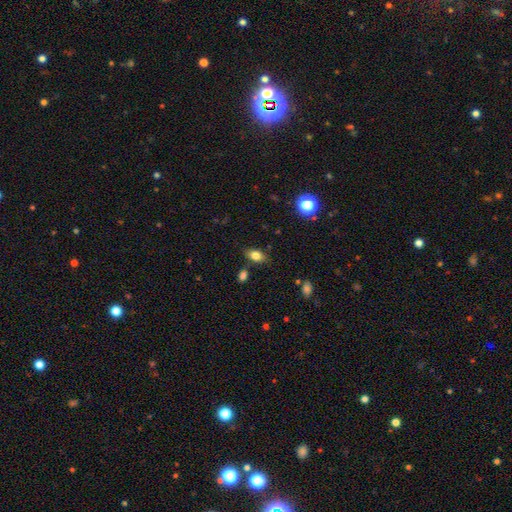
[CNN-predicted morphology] Smooth or featured? smooth (80%)
How rounded? in between (84%)
Merging? none (79%)